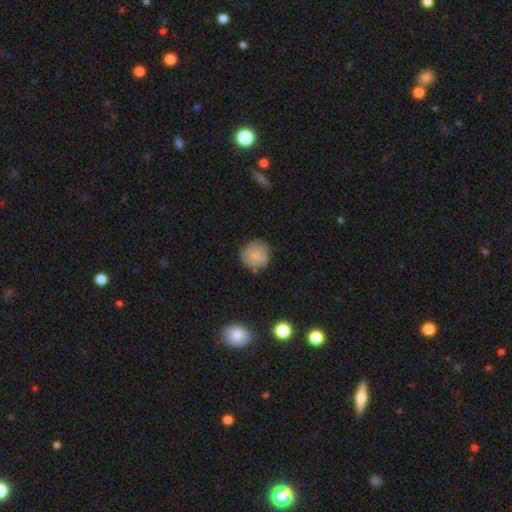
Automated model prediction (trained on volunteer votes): This is likely a smooth galaxy (70%). How rounded: clearly round (93%). Merging: likely none (78%).